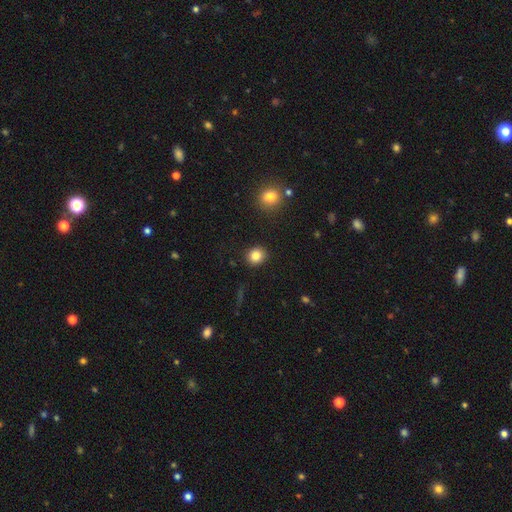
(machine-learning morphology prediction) smooth_or_featured: smooth (p=0.85) [alt: star or artifact p=0.10]
how_rounded: round (p=0.81) [alt: in between p=0.18]
merging: none (p=0.90) [alt: minor disturbance p=0.06]